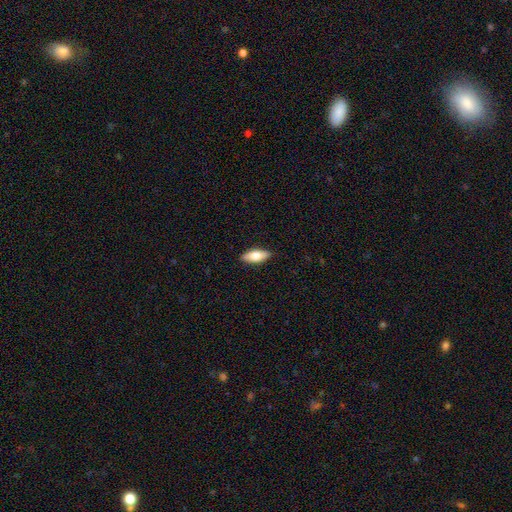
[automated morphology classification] Overall: smooth (71%). How rounded: in between (78%). Merging: none (88%).